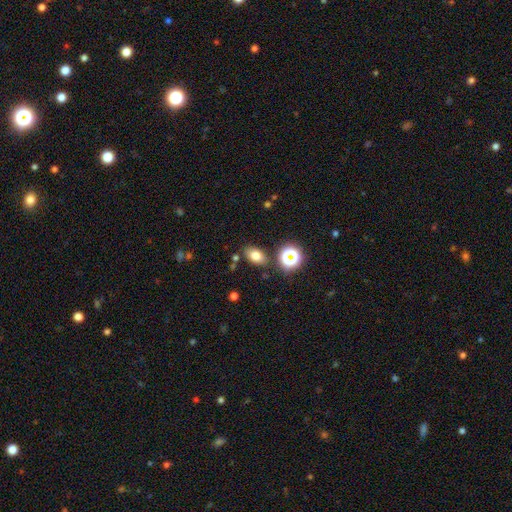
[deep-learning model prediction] A smooth galaxy with no disk features (74%) that is in between round and cigar-shaped (79%). Merging: none (80%).